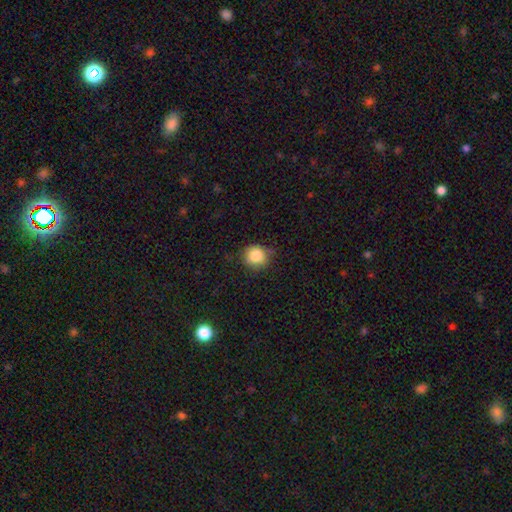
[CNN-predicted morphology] Smooth or featured: smooth — 84% (star or artifact — 10%)
How rounded: round — 86% (in between — 13%)
Merging: none — 73% (minor disturbance — 22%)